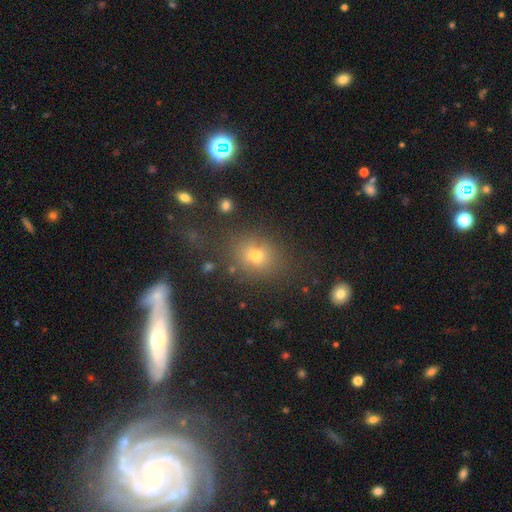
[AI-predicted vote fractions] Q: Smooth or featured?
A: smooth (65%); runner-up: star or artifact (22%)
Q: How rounded?
A: round (69%); runner-up: in between (29%)
Q: Merging?
A: none (75%); runner-up: minor disturbance (13%)